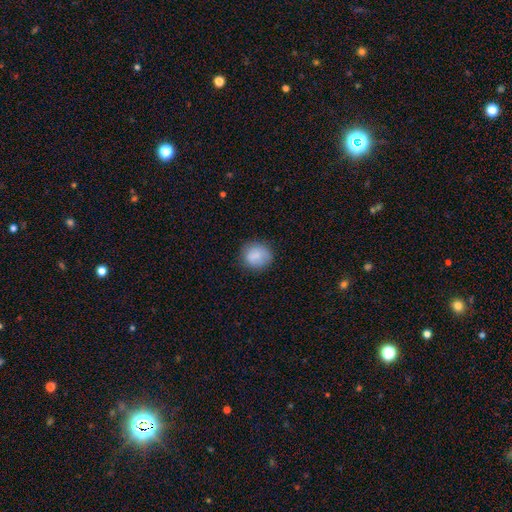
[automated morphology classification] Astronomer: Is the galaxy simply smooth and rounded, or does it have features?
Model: smooth — 84%.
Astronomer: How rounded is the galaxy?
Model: round — 79%.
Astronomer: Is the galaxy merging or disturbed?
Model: none — 78%.